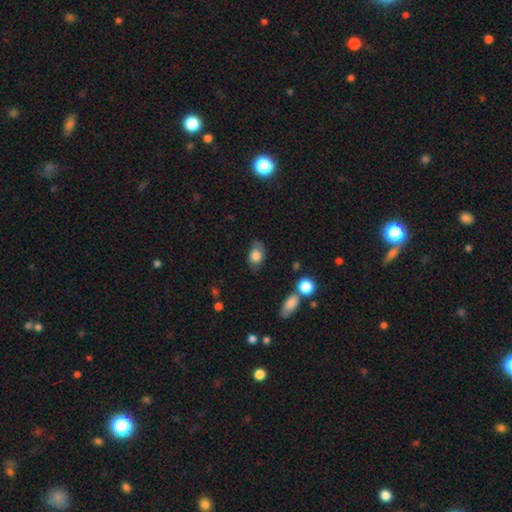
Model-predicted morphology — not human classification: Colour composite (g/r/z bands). It shows a smooth galaxy with no disk features (78%) that is in between round and cigar-shaped (79%). Merging: none (63%).